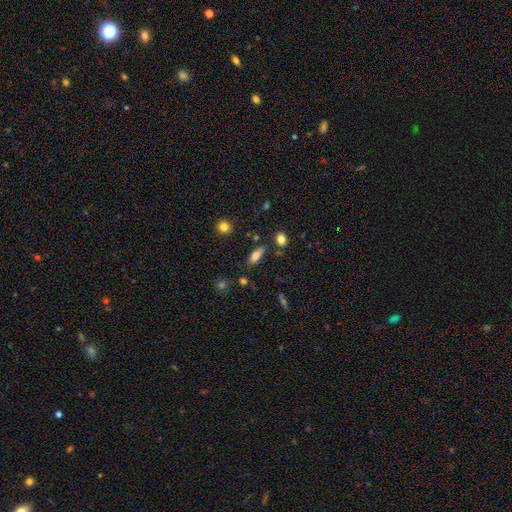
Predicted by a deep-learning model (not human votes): A smooth galaxy with no disk features (75%) that is in between round and cigar-shaped (71%). Merging: none (80%).